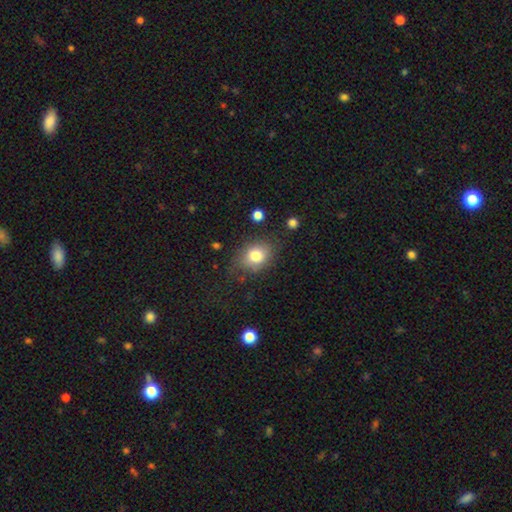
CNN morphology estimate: smooth_or_featured: smooth (p=0.80) [alt: featured or disk p=0.11]
how_rounded: in between (p=0.58) [alt: round p=0.41]
merging: none (p=0.68) [alt: minor disturbance p=0.21]